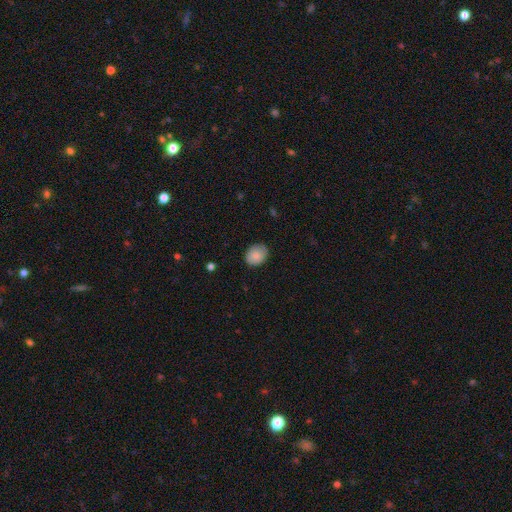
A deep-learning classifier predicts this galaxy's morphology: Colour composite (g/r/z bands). It shows a smooth galaxy with no disk features (86%) that is in between round and cigar-shaped (53%). Merging: none (83%).